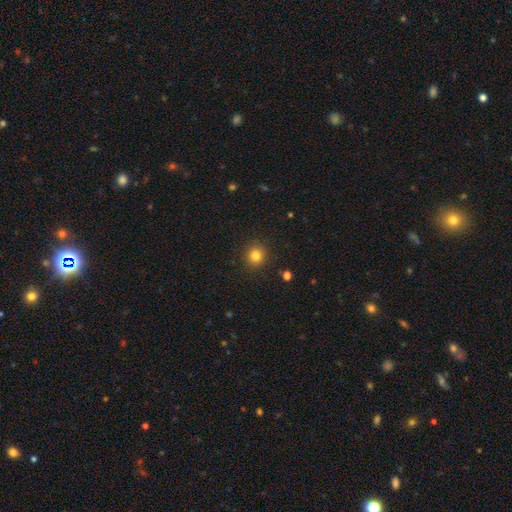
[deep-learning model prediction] Overall: smooth (83%). How rounded: round (91%). Merging: none (91%).